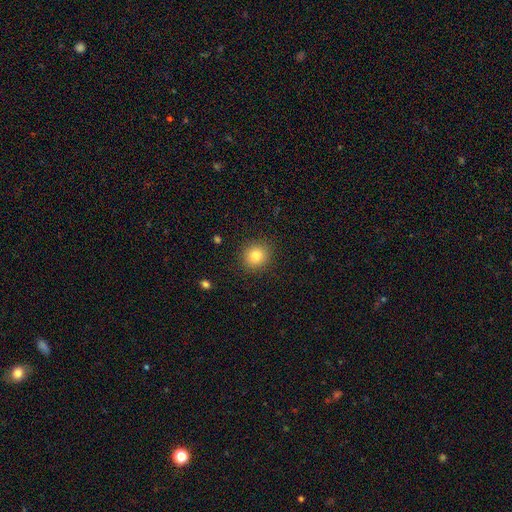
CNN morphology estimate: The model was most divided on "smooth or featured": smooth: 82%, star or artifact: 11%, featured or disk: 7%. More confident: merging — none (90%); how rounded — round (86%).